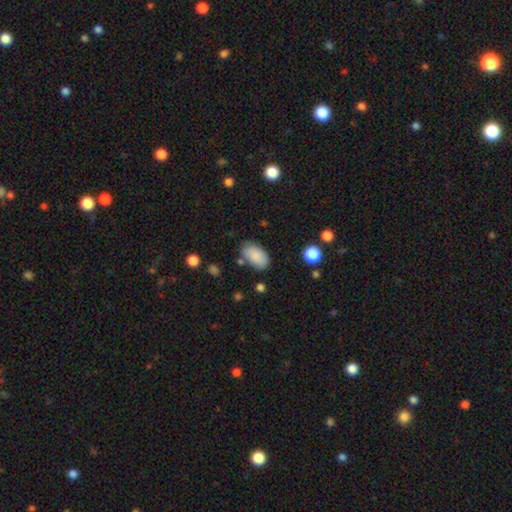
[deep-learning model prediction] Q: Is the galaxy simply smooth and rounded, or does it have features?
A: smooth — 85%.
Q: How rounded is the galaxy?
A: in between — 93%.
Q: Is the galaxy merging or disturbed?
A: none — 69%.